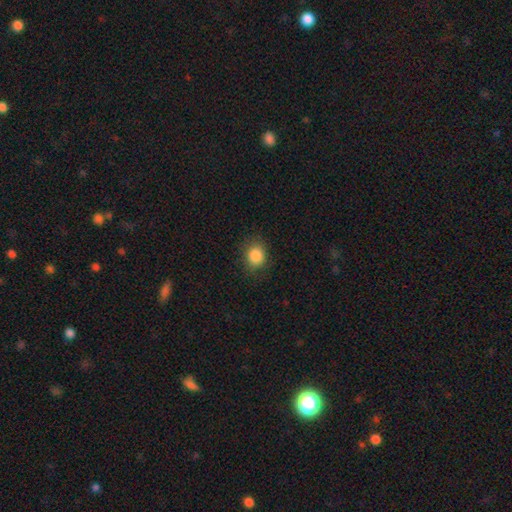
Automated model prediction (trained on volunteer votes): Smooth or featured?
  - smooth: 86% *
  - star or artifact: 10%
  - featured or disk: 4%
How rounded?
  - round: 65% *
  - in between: 34%
  - cigar-shaped: 1%
Merging?
  - none: 84% *
  - minor disturbance: 12%
  - major disturbance: 4%
  - merger: 1%